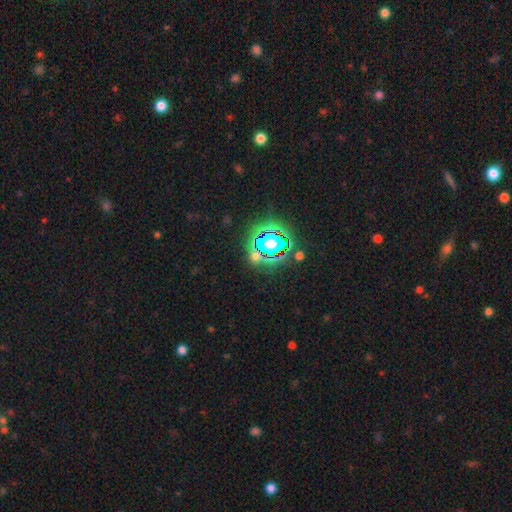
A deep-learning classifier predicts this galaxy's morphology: Smooth or featured? Predicted: star or artifact (p=0.64).